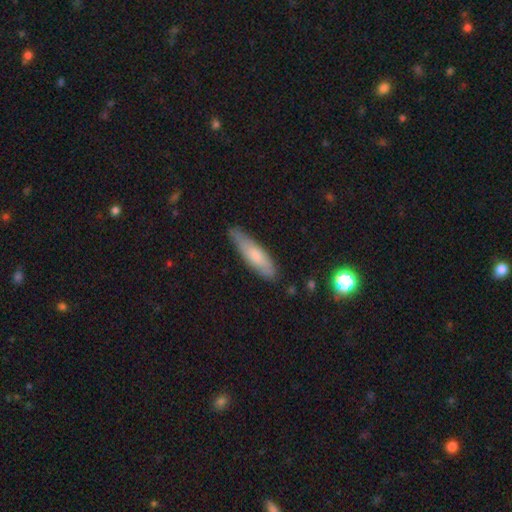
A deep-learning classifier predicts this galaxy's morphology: Overall: smooth (69%). How rounded: cigar-shaped (69%). Merging: none (76%).